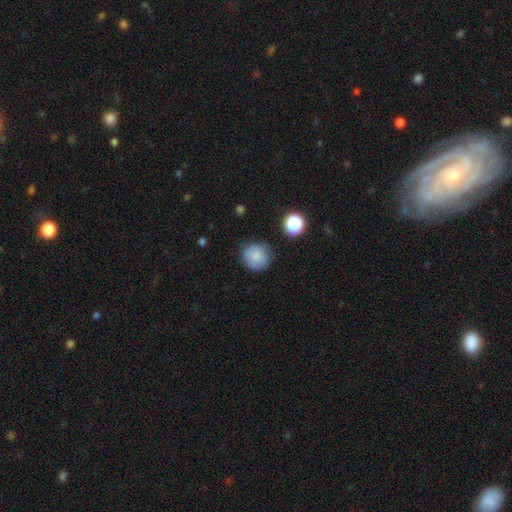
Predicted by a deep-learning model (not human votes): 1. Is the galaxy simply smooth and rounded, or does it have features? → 82% smooth, 10% star or artifact, 8% featured or disk.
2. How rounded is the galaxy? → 91% round, 8% in between, 1% cigar-shaped.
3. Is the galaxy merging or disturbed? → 77% none, 16% minor disturbance, 4% major disturbance, 3% merger.